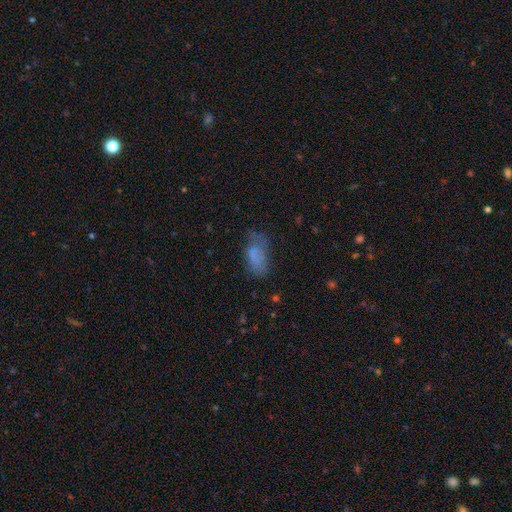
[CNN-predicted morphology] Smooth or featured: smooth — 66% (featured or disk — 22%)
How rounded: in between — 90% (round — 5%)
Merging: none — 44% (minor disturbance — 30%)